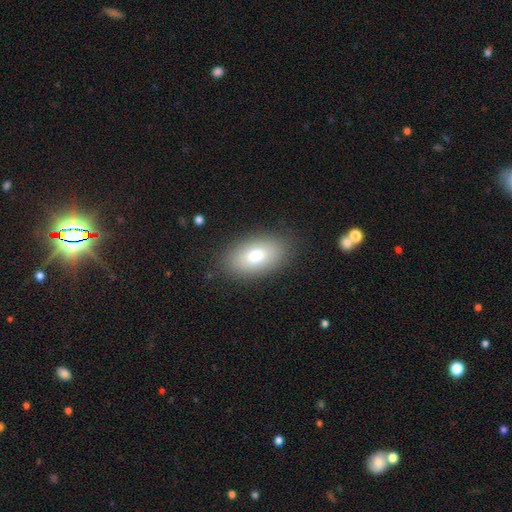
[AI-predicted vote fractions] Overall: smooth (75%). How rounded: in between (91%). Merging: none (86%).